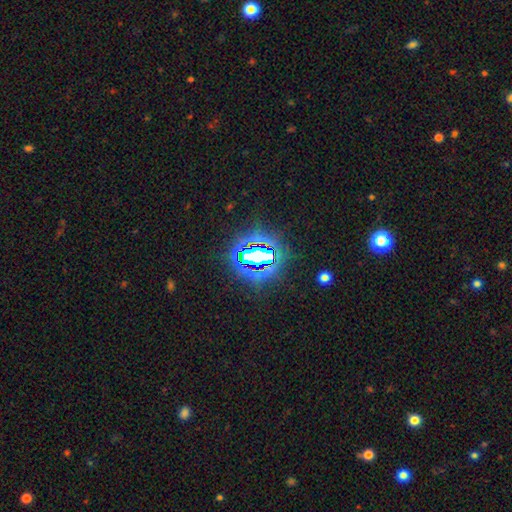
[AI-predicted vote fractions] This is clearly a star or artifact rather than a galaxy (81%).